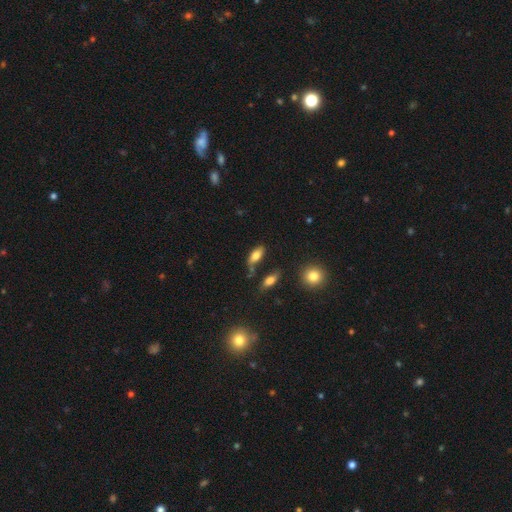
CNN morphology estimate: This is likely a smooth galaxy (78%). How rounded: clearly in between (84%). Merging: possibly none (58%).